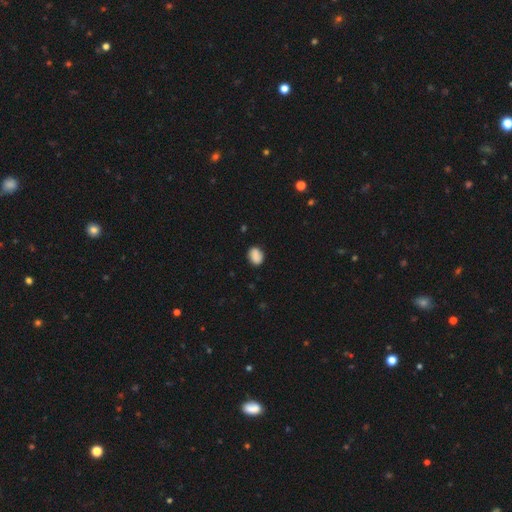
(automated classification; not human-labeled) This appears to be a smooth galaxy with no disk features (87%) that is in between round and cigar-shaped (63%). Merging: none (82%).